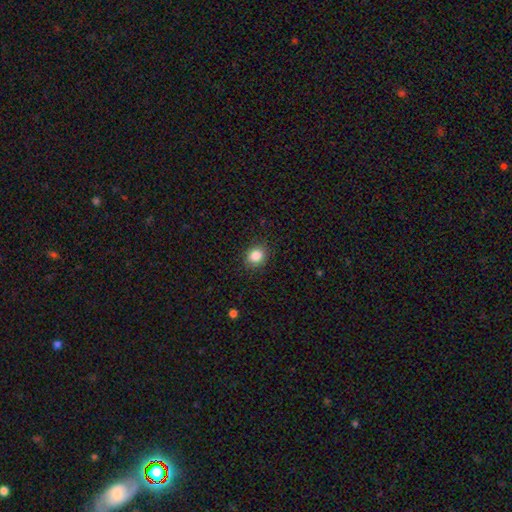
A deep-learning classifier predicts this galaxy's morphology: Smooth or featured: smooth — 86% (star or artifact — 10%)
How rounded: round — 72% (in between — 27%)
Merging: none — 88% (minor disturbance — 9%)